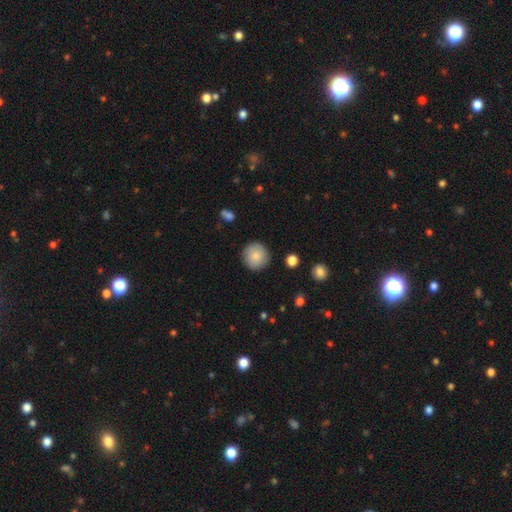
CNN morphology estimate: Smooth or featured: smooth — 84% (featured or disk — 9%)
How rounded: round — 94% (in between — 5%)
Merging: none — 89% (minor disturbance — 8%)